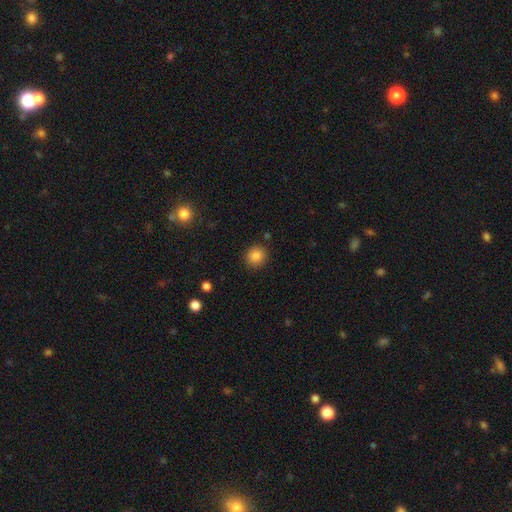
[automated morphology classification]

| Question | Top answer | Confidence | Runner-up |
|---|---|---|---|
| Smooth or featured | smooth | 85% | star or artifact (10%) |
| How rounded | round | 86% | in between (13%) |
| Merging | none | 89% | minor disturbance (7%) |